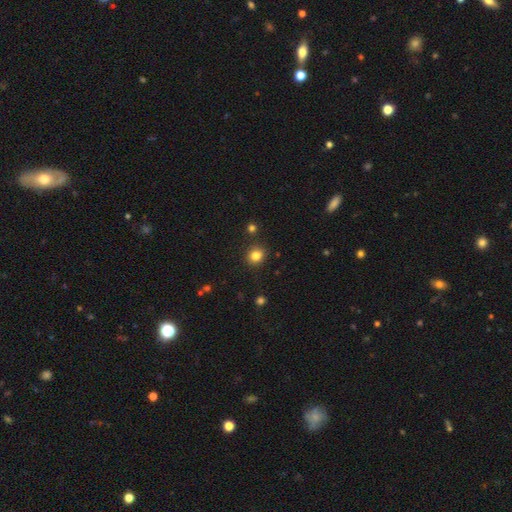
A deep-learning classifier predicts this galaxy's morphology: A smooth galaxy with no disk features (82%) that is round (76%).

Vote fractions:
- Smooth or featured? smooth: 82% / star or artifact: 12% / featured or disk: 5%
- How rounded? round: 76% / in between: 23% / cigar-shaped: 1%
- Merging? none: 86% / minor disturbance: 8% / merger: 3% / major disturbance: 2%